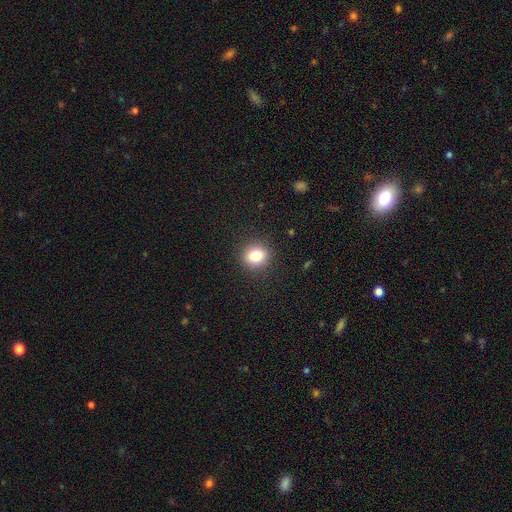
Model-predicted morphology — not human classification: Q: Smooth or featured?
A: smooth (81%); runner-up: star or artifact (11%)
Q: How rounded?
A: round (78%); runner-up: in between (21%)
Q: Merging?
A: none (90%); runner-up: minor disturbance (6%)